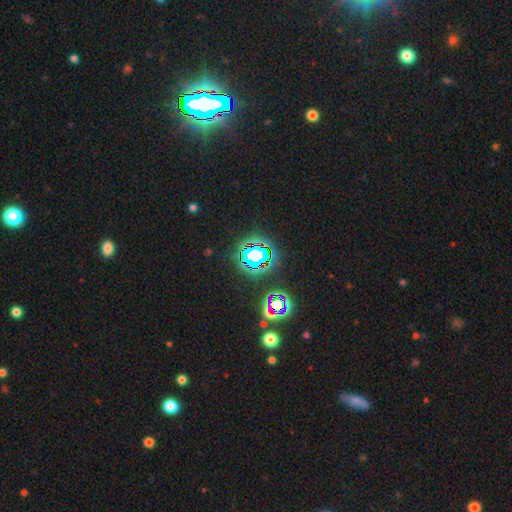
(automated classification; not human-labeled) Overall: star or artifact (66%).